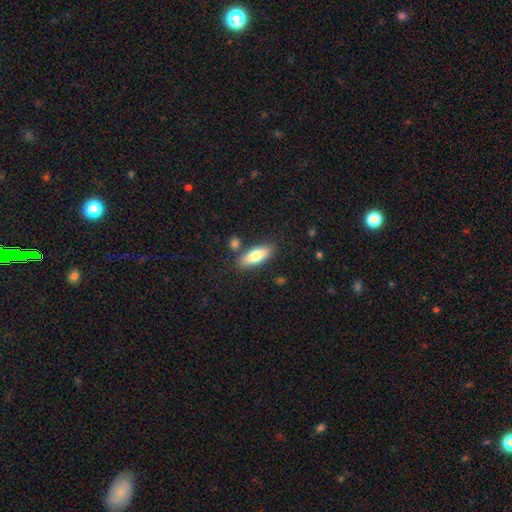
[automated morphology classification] Smooth or featured: smooth — 77% (featured or disk — 17%)
How rounded: in between — 67% (cigar-shaped — 31%)
Merging: none — 79% (minor disturbance — 12%)